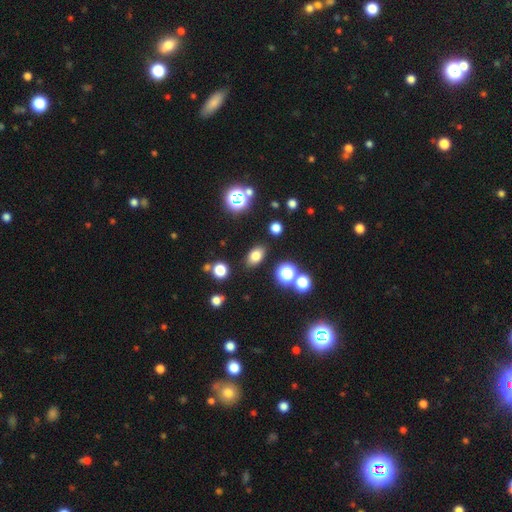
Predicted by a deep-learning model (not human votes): Smooth or featured? Predicted: smooth (p=0.76). How rounded? Predicted: in between (p=0.82). Merging? Predicted: none (p=0.85).